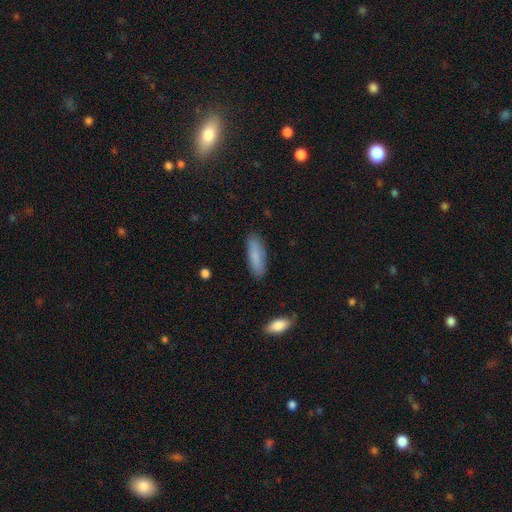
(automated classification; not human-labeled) smooth_or_featured: smooth (p=0.84) [alt: featured or disk p=0.10]
how_rounded: in between (p=0.51) [alt: cigar-shaped p=0.47]
merging: none (p=0.85) [alt: minor disturbance p=0.11]